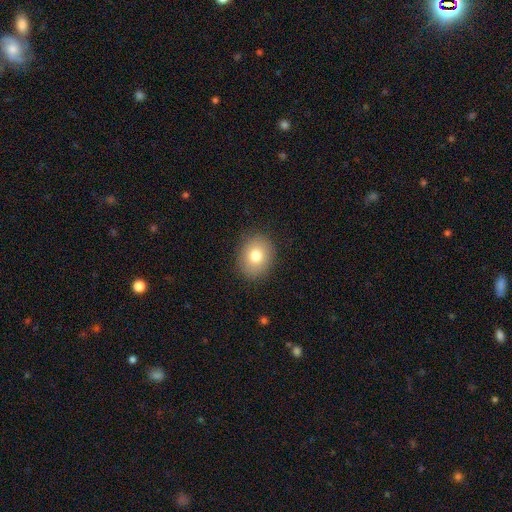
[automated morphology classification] Overall: smooth (77%). How rounded: round (59%; in between 40%). Merging: none (88%).